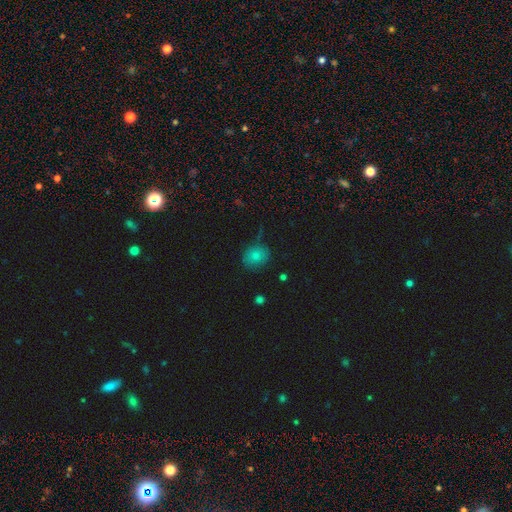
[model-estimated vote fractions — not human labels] Overall: smooth (79%). How rounded: round (70%). Merging: none (74%).